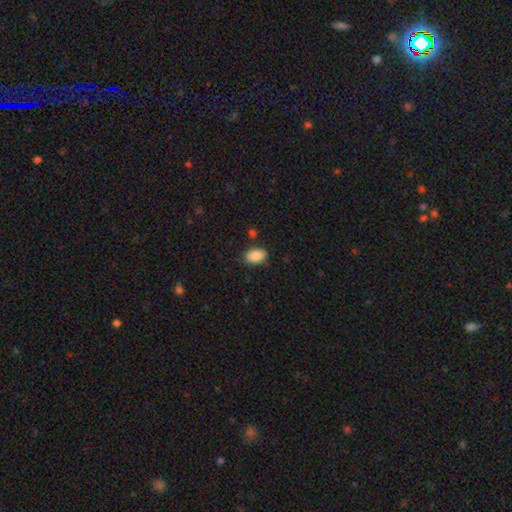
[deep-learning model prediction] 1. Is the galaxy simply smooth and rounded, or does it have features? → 89% smooth, 7% star or artifact, 4% featured or disk.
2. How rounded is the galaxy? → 90% in between, 9% round, 2% cigar-shaped.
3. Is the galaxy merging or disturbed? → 79% none, 16% minor disturbance, 3% major disturbance, 2% merger.